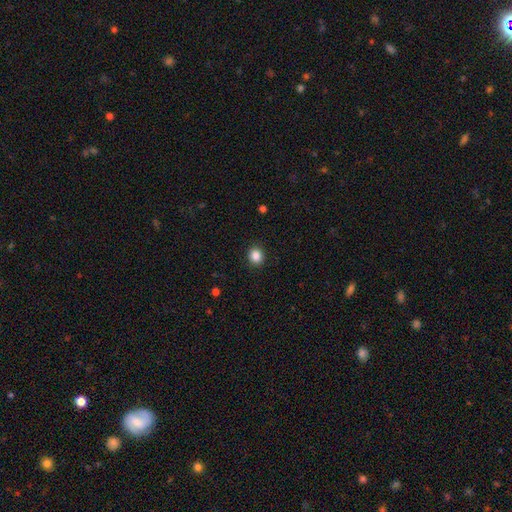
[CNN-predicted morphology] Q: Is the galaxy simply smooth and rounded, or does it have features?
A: smooth — 86%.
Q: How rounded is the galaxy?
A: round — 80%.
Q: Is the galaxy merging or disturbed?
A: none — 91%.